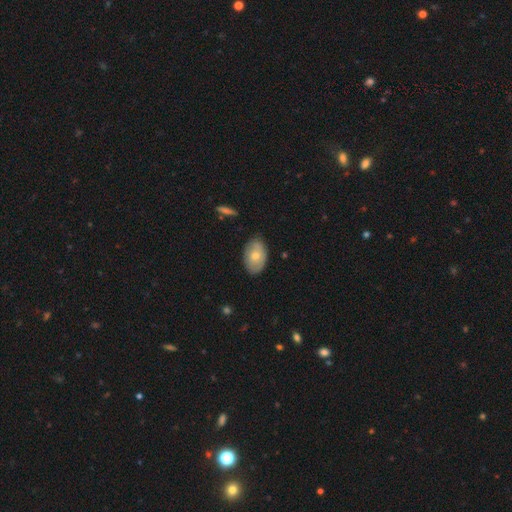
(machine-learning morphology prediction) smooth 67%, featured or disk 27%, star or artifact 6%. Down the decision tree: how rounded — in between (89%); merging — none (79%).